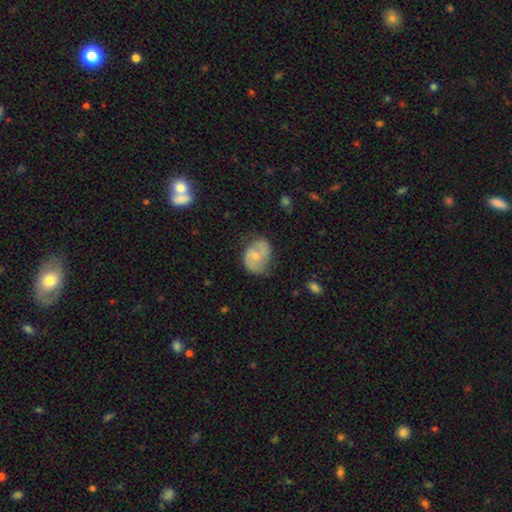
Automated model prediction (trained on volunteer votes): Smooth or featured?
  - featured or disk: 52% *
  - smooth: 41%
  - star or artifact: 7%
Edge-on disk?
  - no: 97% *
  - yes: 3%
Bar?
  - no: 63% *
  - weak: 31%
  - strong: 7%
Spiral arms?
  - yes: 71% *
  - no: 29%
Bulge size?
  - small: 49% *
  - moderate: 46%
  - none: 3%
  - large: 2%
  - dominant: 1%
Merging?
  - none: 58% *
  - minor disturbance: 29%
  - major disturbance: 10%
  - merger: 2%